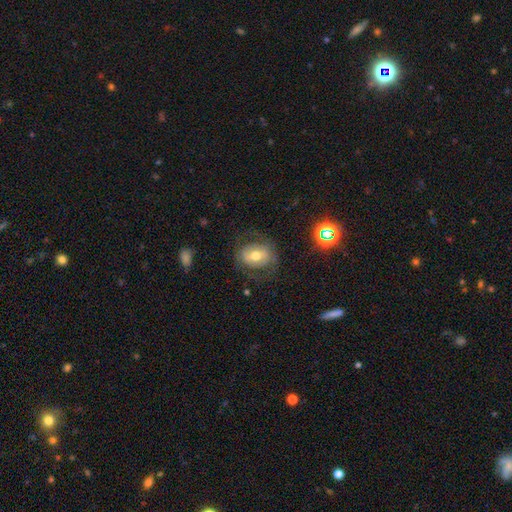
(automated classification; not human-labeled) Morphology: type=smooth (45%); merging=none (70%).